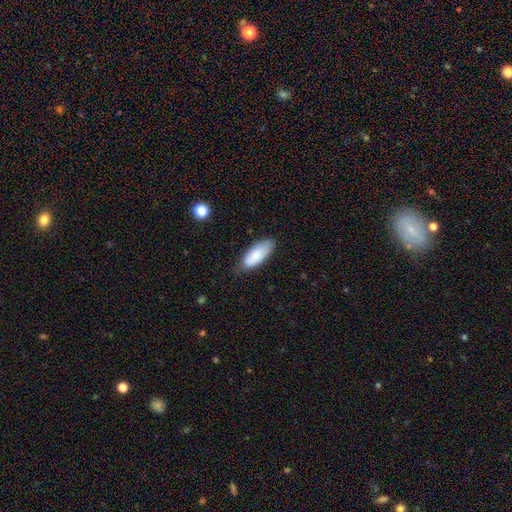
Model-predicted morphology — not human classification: smooth-or-featured: smooth: 83% | featured or disk: 10% | star or artifact: 6%
  how-rounded: in between: 81% | cigar-shaped: 18% | round: 2%
  merging: none: 73% | minor disturbance: 22% | major disturbance: 4% | merger: 1%